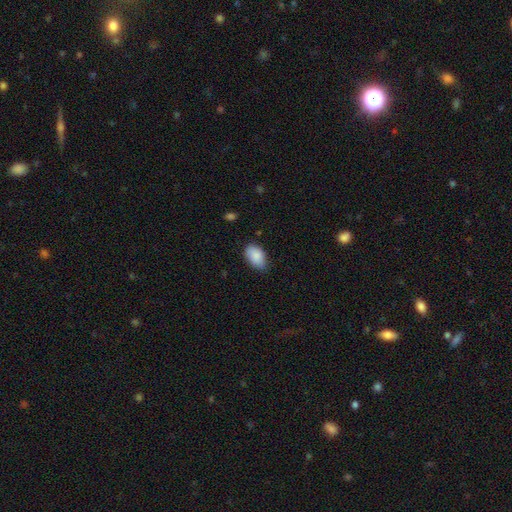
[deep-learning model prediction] Smooth or featured? smooth (88%)
How rounded? in between (89%)
Merging? none (70%)